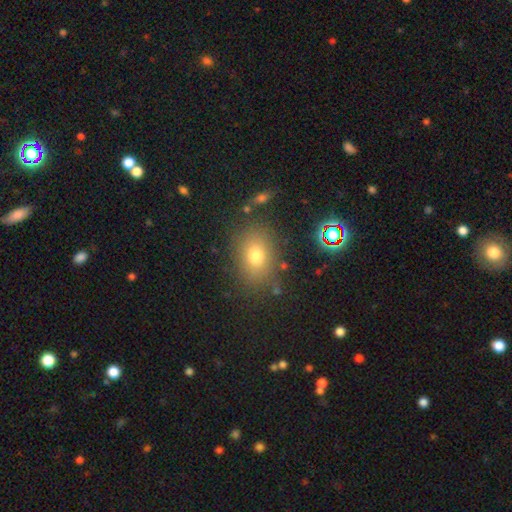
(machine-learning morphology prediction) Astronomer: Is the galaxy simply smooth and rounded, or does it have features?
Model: smooth — 70%.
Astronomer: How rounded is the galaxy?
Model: in between — 64%.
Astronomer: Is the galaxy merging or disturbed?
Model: none — 81%.